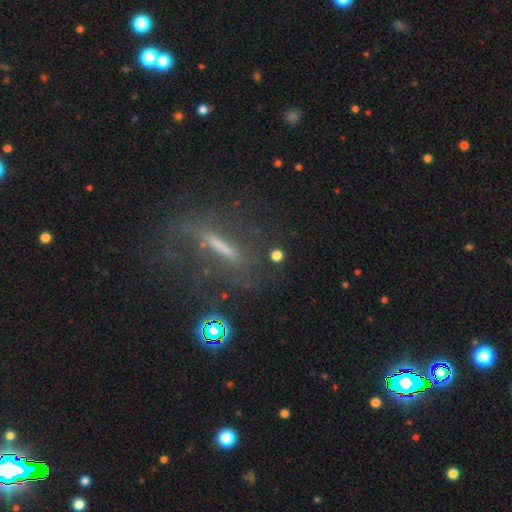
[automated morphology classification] Q: Smooth or featured?
A: featured or disk (58%); runner-up: smooth (24%)
Q: Edge-on disk?
A: no (50%); tied with: yes (50%)
Q: Merging?
A: none (64%); runner-up: minor disturbance (17%)